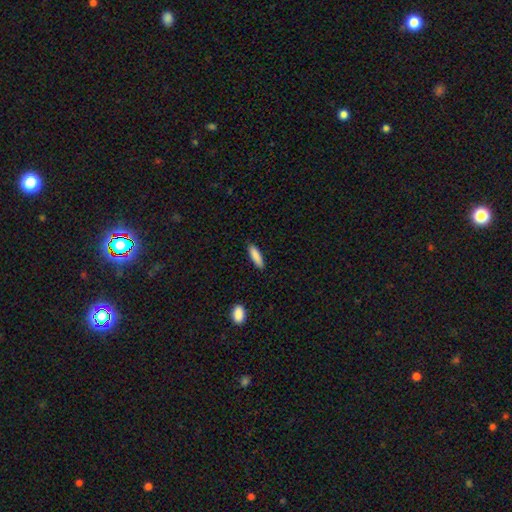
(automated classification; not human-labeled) Smooth or featured? smooth (87%)
How rounded? cigar-shaped (64%)
Merging? none (88%)